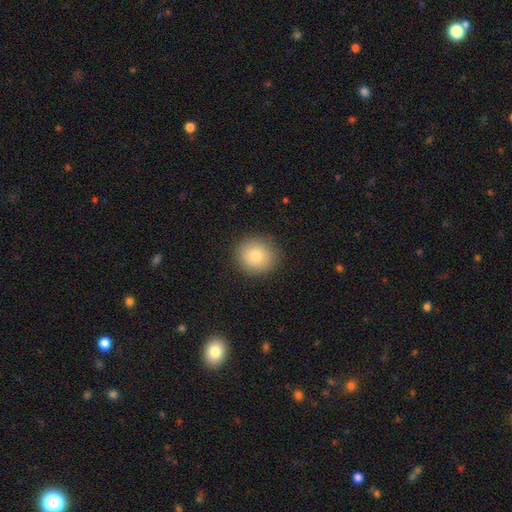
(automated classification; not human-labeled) This is likely a smooth galaxy (80%). How rounded: clearly round (85%). Merging: clearly none (89%).